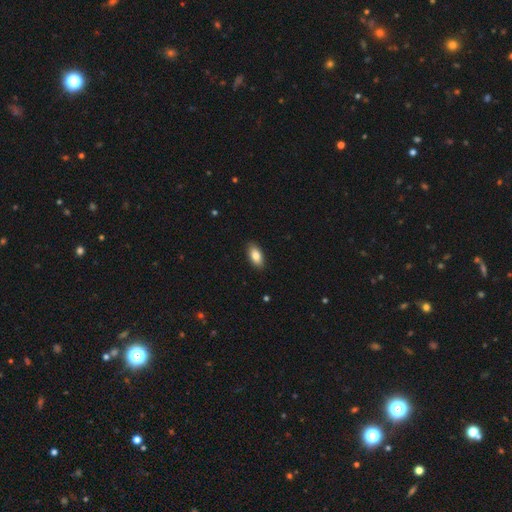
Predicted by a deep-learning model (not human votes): smooth 84%, featured or disk 10%, star or artifact 7%. Down the decision tree: how rounded — in between (91%); merging — none (89%).